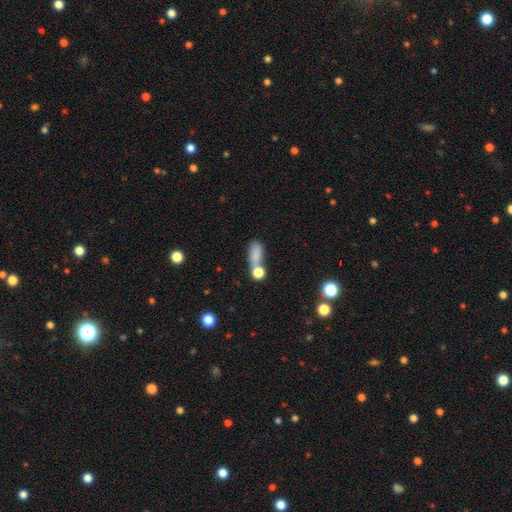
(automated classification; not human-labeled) A smooth galaxy with no disk features (78%) that is in between round and cigar-shaped (67%). Merging: none (39%).